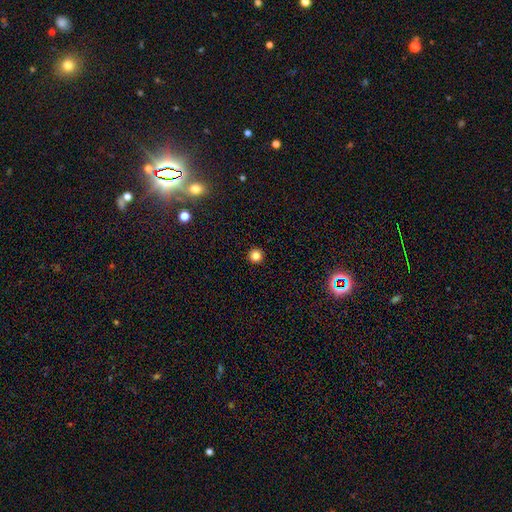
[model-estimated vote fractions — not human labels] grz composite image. It shows a smooth galaxy with no disk features (83%) that is round (96%). Merging: none (93%).